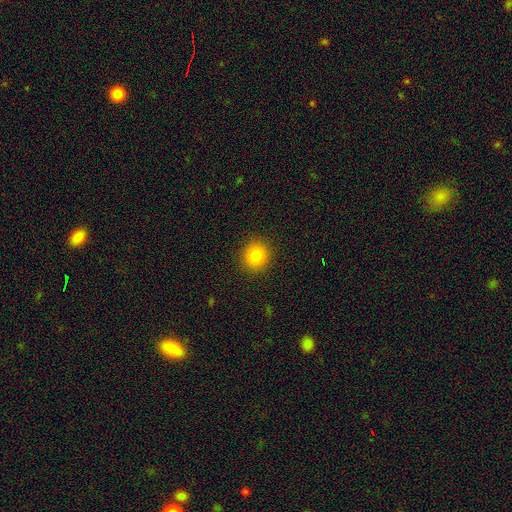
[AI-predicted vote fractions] Smooth or featured? smooth (81%)
How rounded? round (91%)
Merging? none (91%)